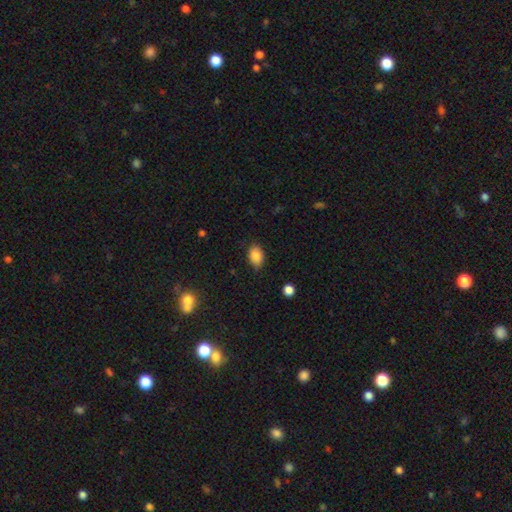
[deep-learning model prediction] The model was most divided on "merging": none: 81%, minor disturbance: 15%, major disturbance: 3%, merger: 1%. More confident: smooth or featured — smooth (87%); how rounded — in between (83%).